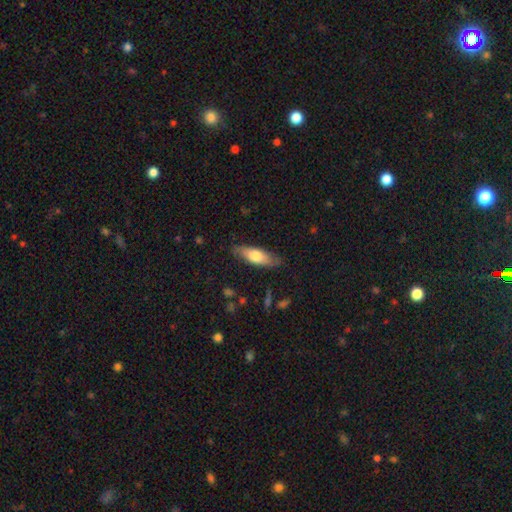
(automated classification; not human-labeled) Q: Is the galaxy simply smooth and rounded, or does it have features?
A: smooth — 66%.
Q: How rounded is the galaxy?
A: in between — 58%.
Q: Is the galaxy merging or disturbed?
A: none — 80%.